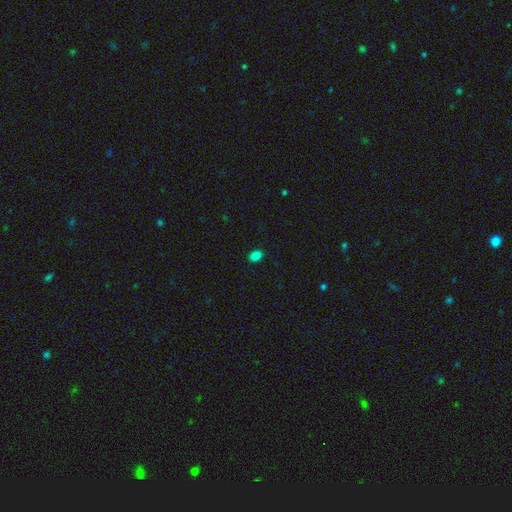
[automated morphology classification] Smooth or featured? Predicted: smooth (p=0.84). How rounded? Predicted: in between (p=0.79). Merging? Predicted: none (p=0.90).